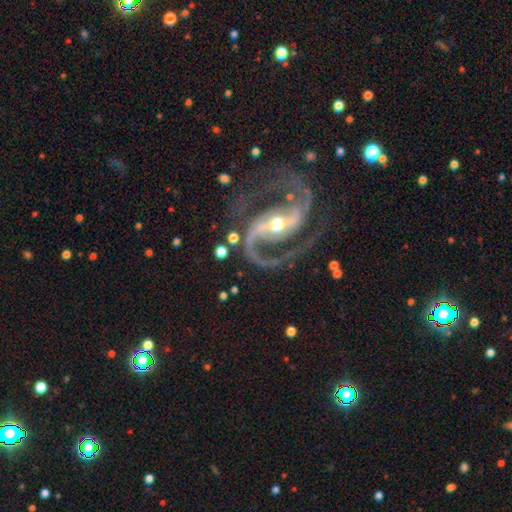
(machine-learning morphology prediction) This appears to be a featured or disk galaxy (93%) with a strong bar (56%), 2 (94%) medium (66%) spiral arms (98%) and a moderate central bulge (55%). Merging: none (73%).